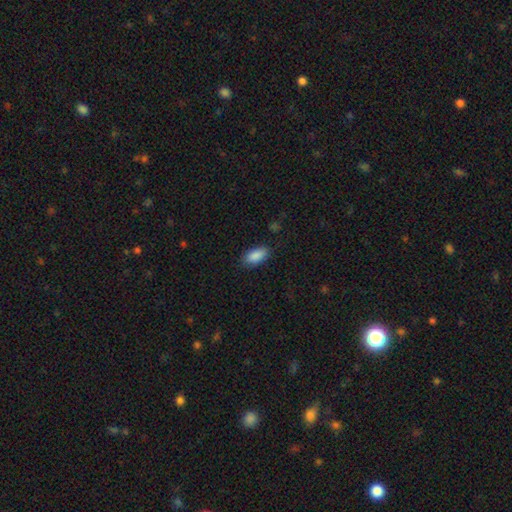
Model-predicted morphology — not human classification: smooth_or_featured: smooth (p=0.90) [alt: star or artifact p=0.07]
how_rounded: in between (p=0.91) [alt: cigar-shaped p=0.06]
merging: none (p=0.84) [alt: minor disturbance p=0.12]